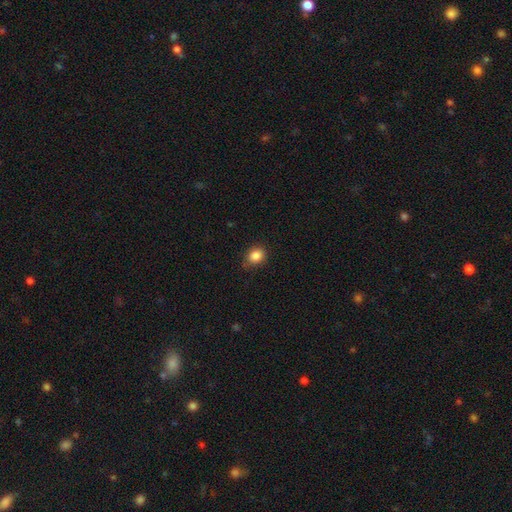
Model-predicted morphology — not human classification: This appears to be a smooth galaxy with no disk features (86%) that is round (65%). Merging: none (76%).